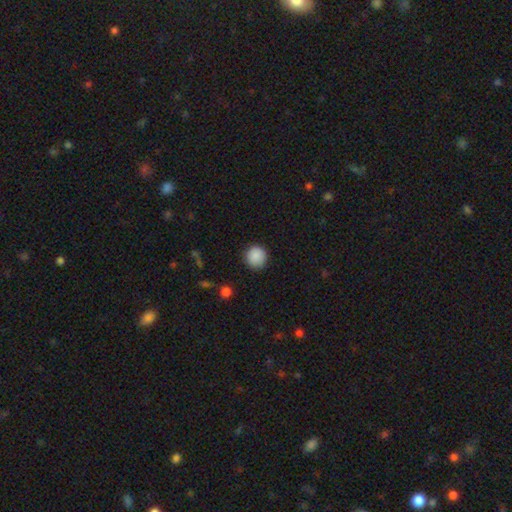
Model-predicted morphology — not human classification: Q: Smooth or featured?
A: smooth (88%); runner-up: star or artifact (8%)
Q: How rounded?
A: round (94%); runner-up: in between (5%)
Q: Merging?
A: none (89%); runner-up: minor disturbance (7%)